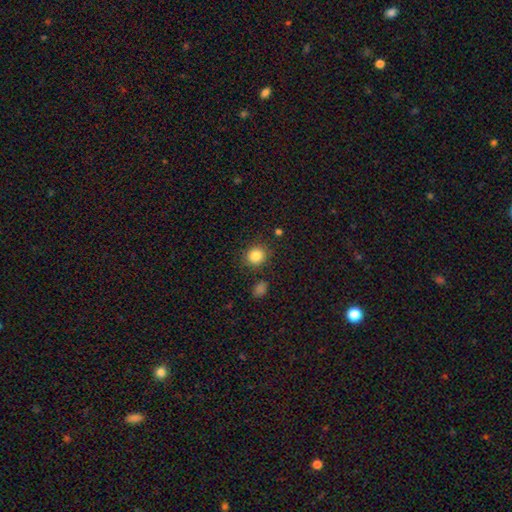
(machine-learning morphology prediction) smooth_or_featured: smooth (p=0.85) [alt: star or artifact p=0.11]
how_rounded: round (p=0.81) [alt: in between p=0.18]
merging: none (p=0.84) [alt: minor disturbance p=0.09]